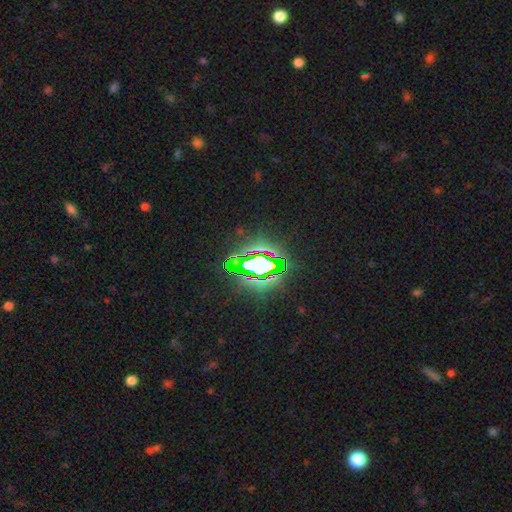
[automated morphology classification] A star or artifact, not a galaxy (80%).